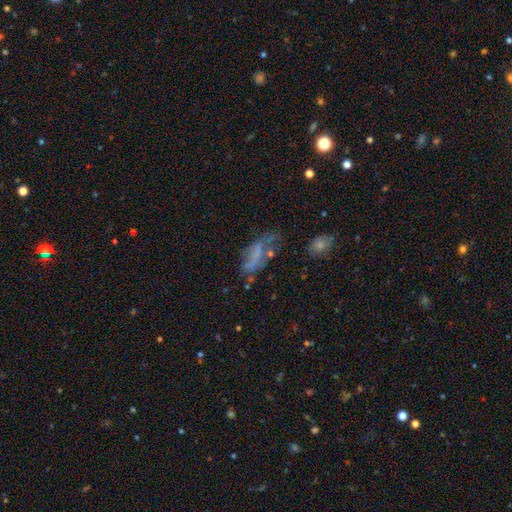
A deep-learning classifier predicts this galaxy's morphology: Smooth or featured?
  - smooth: 43% *
  - featured or disk: 42%
  - star or artifact: 15%
Merging?
  - none: 33% *
  - major disturbance: 32%
  - minor disturbance: 25%
  - merger: 10%